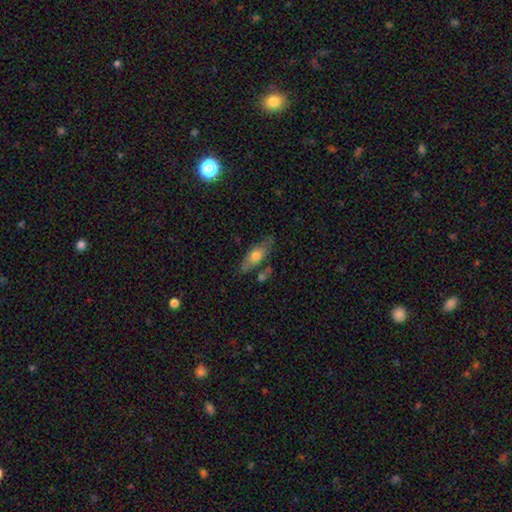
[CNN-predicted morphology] Smooth or featured? Predicted: smooth (p=0.61). How rounded? Predicted: in between (p=0.72). Merging? Predicted: none (p=0.68).